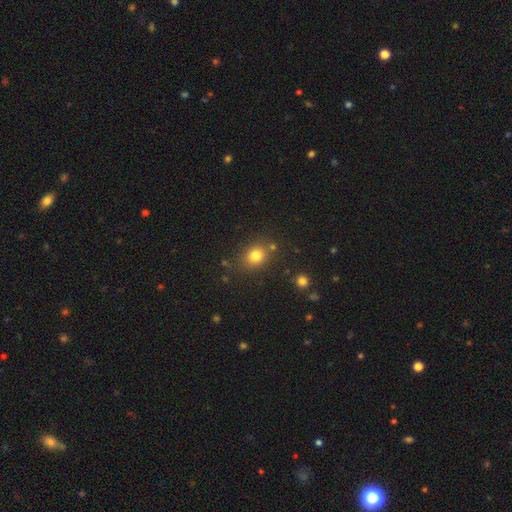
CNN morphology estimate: Q: Smooth or featured?
A: smooth (79%); runner-up: star or artifact (13%)
Q: How rounded?
A: round (64%); runner-up: in between (35%)
Q: Merging?
A: none (77%); runner-up: minor disturbance (12%)